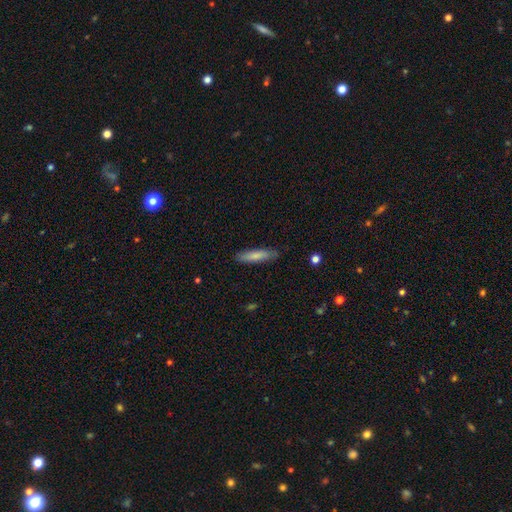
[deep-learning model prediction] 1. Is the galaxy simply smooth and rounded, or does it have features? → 80% smooth, 15% featured or disk, 6% star or artifact.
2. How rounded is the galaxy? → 73% cigar-shaped, 25% in between, 1% round.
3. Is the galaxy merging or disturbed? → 84% none, 12% minor disturbance, 2% major disturbance, 1% merger.